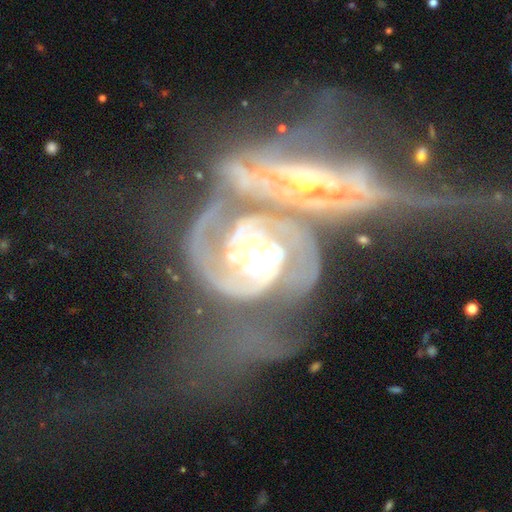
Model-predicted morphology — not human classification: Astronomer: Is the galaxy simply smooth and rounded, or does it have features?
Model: featured or disk — 89%.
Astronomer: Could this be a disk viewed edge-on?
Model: no — 97%.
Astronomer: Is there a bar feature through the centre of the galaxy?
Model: no — 42% (runner-up: weak, 32%).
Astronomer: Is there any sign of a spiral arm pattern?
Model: yes — 93%.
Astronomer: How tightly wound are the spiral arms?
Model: medium — 42% (runner-up: tight, 41%).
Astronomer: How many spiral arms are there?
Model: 2 — 69%.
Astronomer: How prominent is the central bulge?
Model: moderate — 63%.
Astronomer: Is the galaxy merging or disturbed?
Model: merger — 64%.